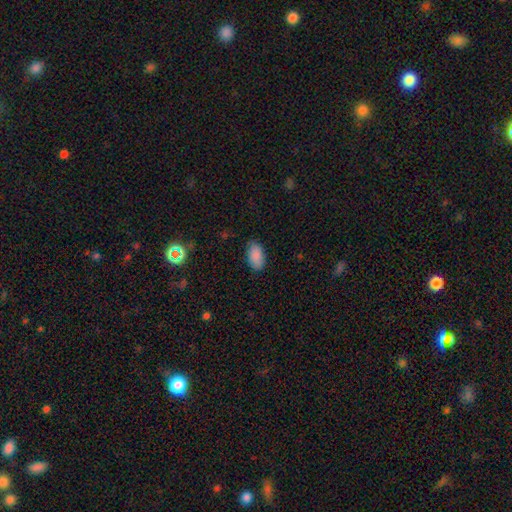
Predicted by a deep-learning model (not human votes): Smooth or featured? smooth (88%)
How rounded? in between (94%)
Merging? none (83%)